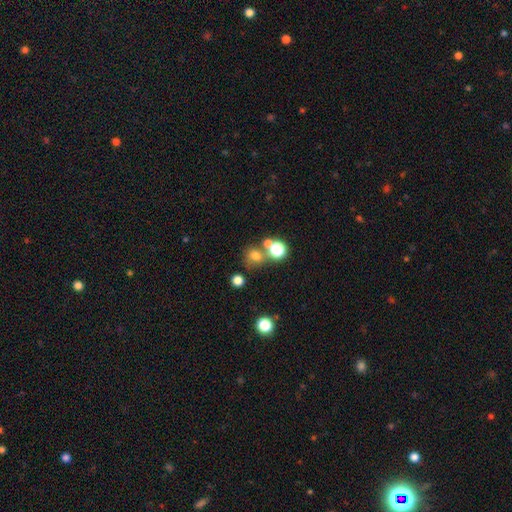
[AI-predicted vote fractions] smooth 68%, star or artifact 21%, featured or disk 11%. Down the decision tree: how rounded — round (76%); merging — none (55%).